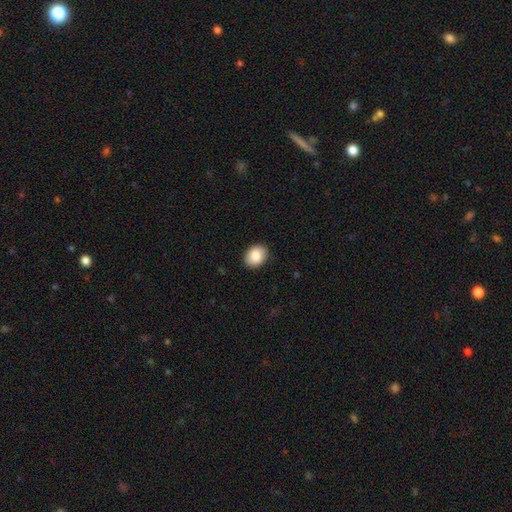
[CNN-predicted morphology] Smooth or featured?
  - smooth: 86% *
  - star or artifact: 7%
  - featured or disk: 6%
How rounded?
  - in between: 61% *
  - round: 38%
  - cigar-shaped: 1%
Merging?
  - none: 90% *
  - minor disturbance: 7%
  - major disturbance: 2%
  - merger: 1%